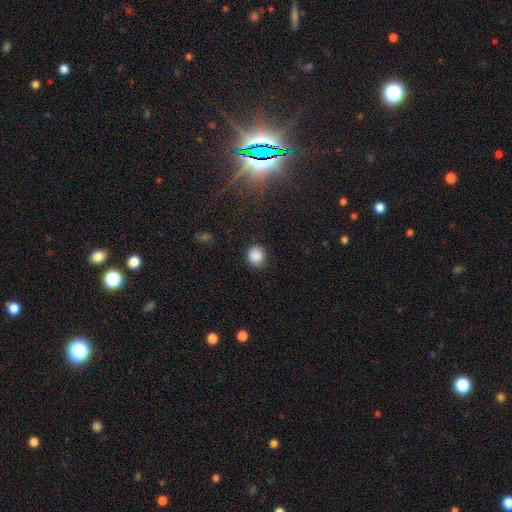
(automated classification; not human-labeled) Q: Smooth or featured?
A: smooth (86%); runner-up: star or artifact (10%)
Q: How rounded?
A: round (84%); runner-up: in between (15%)
Q: Merging?
A: none (84%); runner-up: minor disturbance (11%)